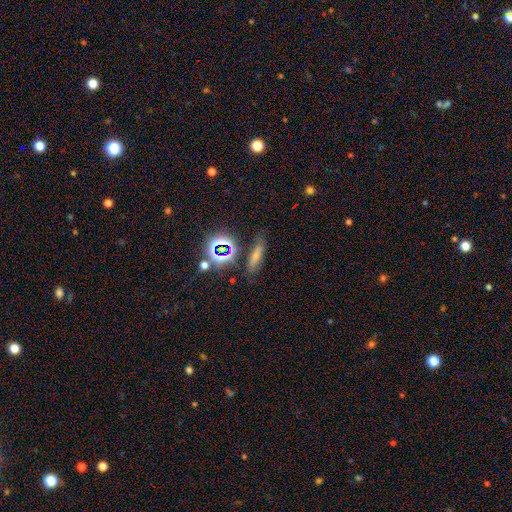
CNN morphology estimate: Smooth or featured? smooth (55%)
How rounded? cigar-shaped (53%)
Merging? none (70%)